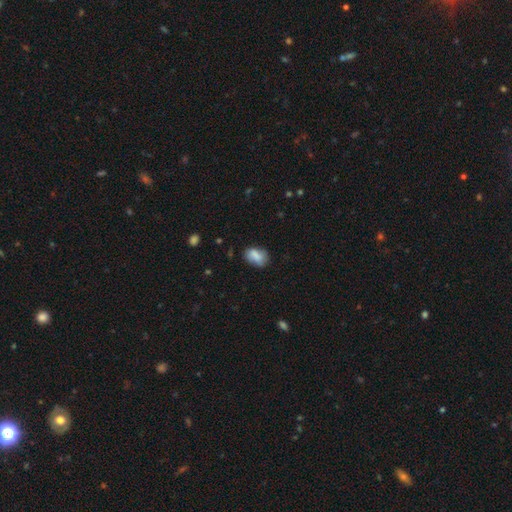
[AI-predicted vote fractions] Smooth or featured? smooth (78%)
How rounded? in between (84%)
Merging? none (60%)